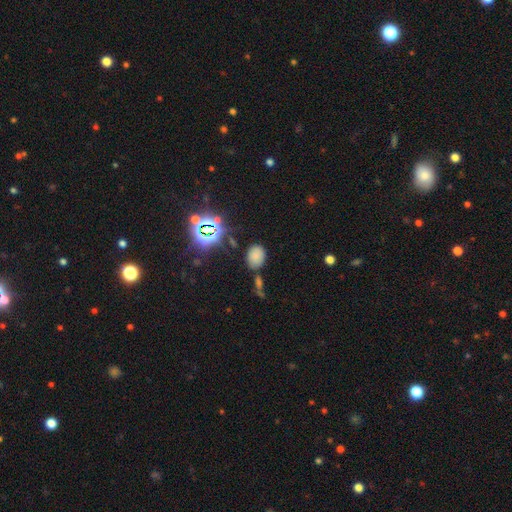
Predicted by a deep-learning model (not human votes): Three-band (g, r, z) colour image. It shows a smooth galaxy with no disk features (69%) that is in between round and cigar-shaped (69%). Merging: none (71%).